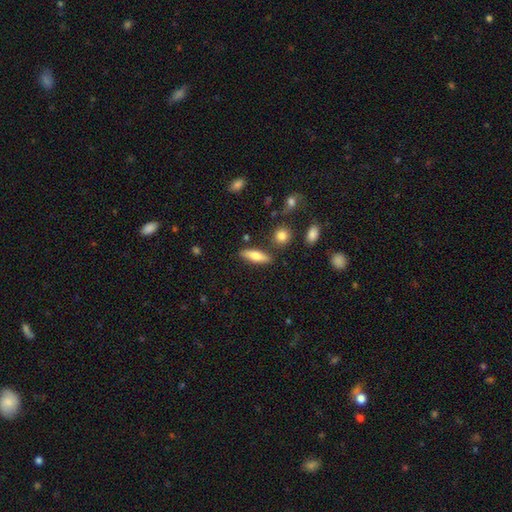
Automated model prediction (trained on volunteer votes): The model was most divided on "how rounded": cigar-shaped: 56%, in between: 42%, round: 3%. More confident: merging — none (81%); smooth or featured — smooth (67%).